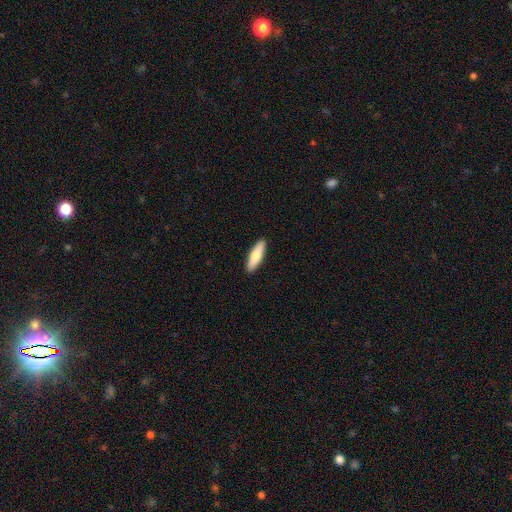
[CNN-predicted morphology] This is likely a smooth galaxy (73%). How rounded: possibly cigar-shaped (60%). Merging: clearly none (91%).